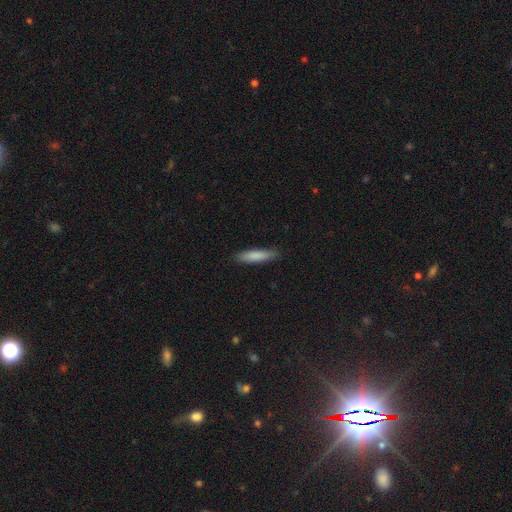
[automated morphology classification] smooth 83%, featured or disk 11%, star or artifact 6%. Down the decision tree: how rounded — cigar-shaped (80%); merging — none (88%).